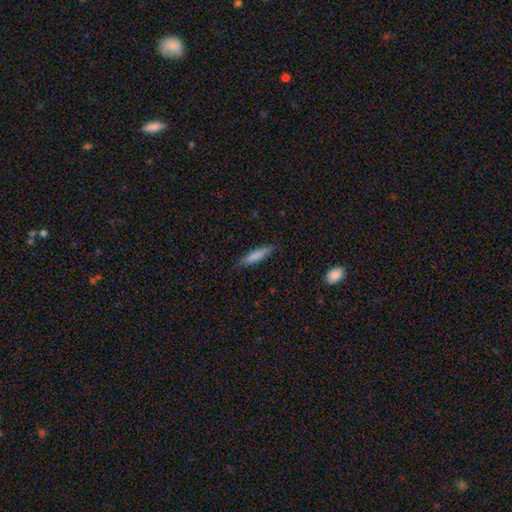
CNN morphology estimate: This is likely a smooth galaxy (77%). How rounded: clearly cigar-shaped (86%). Merging: clearly none (86%).